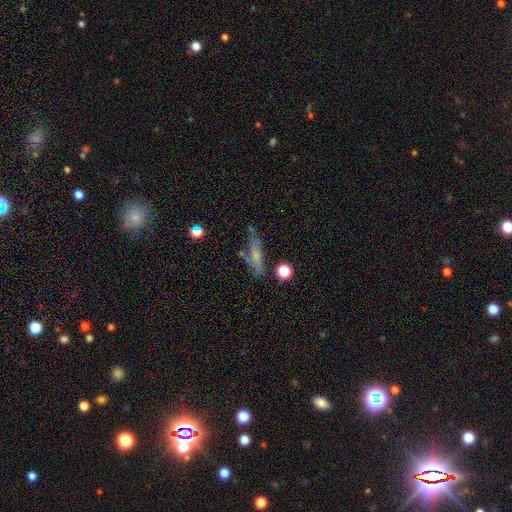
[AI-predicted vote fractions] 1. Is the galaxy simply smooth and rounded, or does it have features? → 53% smooth, 36% featured or disk, 11% star or artifact.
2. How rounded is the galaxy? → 60% cigar-shaped, 35% in between, 5% round.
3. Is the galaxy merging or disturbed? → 54% none, 25% minor disturbance, 11% major disturbance, 9% merger.